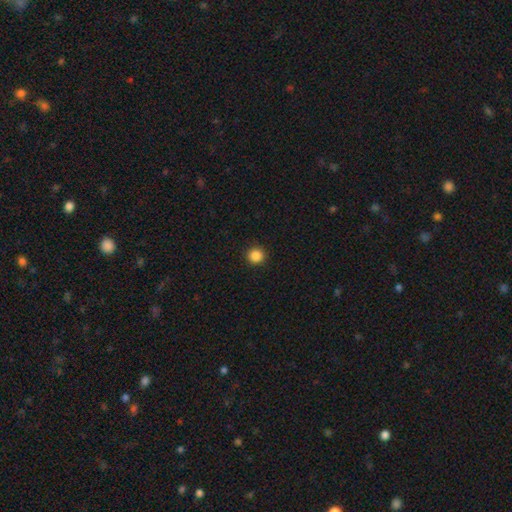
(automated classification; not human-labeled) Smooth or featured?
  - smooth: 86% *
  - star or artifact: 11%
  - featured or disk: 3%
How rounded?
  - round: 96% *
  - in between: 3%
  - cigar-shaped: 1%
Merging?
  - none: 93% *
  - minor disturbance: 4%
  - major disturbance: 2%
  - merger: 1%